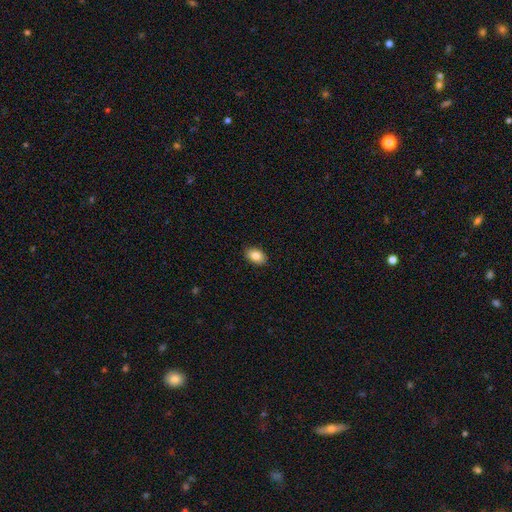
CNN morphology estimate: smooth_or_featured: smooth (p=0.85) [alt: star or artifact p=0.08]
how_rounded: in between (p=0.86) [alt: round p=0.13]
merging: none (p=0.90) [alt: minor disturbance p=0.08]